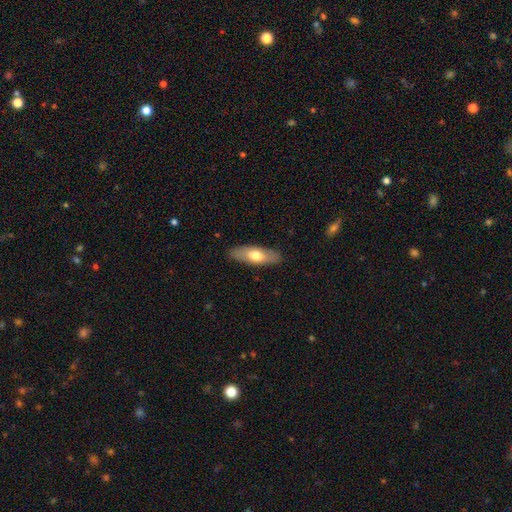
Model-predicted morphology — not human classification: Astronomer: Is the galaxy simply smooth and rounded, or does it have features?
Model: smooth — 62%.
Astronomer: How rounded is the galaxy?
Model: in between — 65%.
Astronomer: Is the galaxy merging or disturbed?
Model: none — 86%.